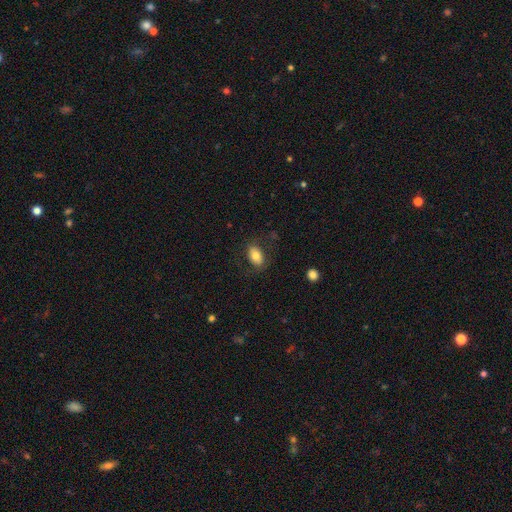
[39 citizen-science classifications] Smooth or featured? 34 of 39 (87%) said smooth. How rounded? 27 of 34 (79%) said in between. Merging? 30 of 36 (83%) said none.